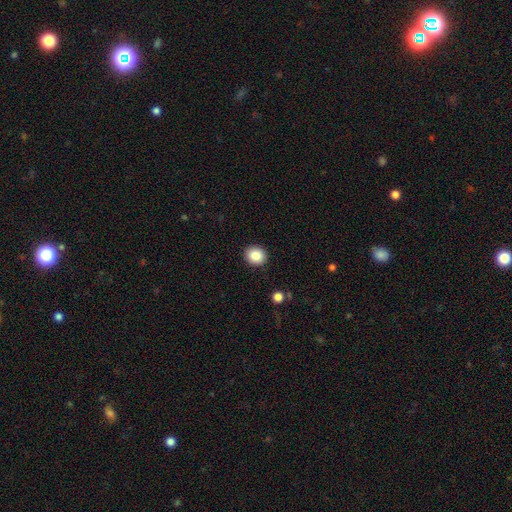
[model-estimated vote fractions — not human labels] smooth 86%, star or artifact 9%, featured or disk 5%. Down the decision tree: how rounded — round (75%); merging — none (91%).